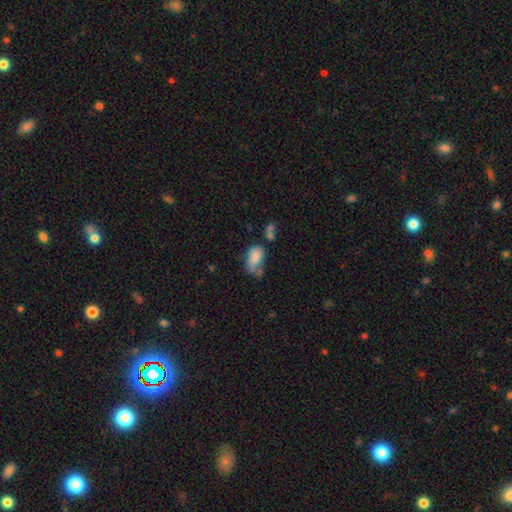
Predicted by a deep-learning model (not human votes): Smooth or featured? Predicted: smooth (p=0.74). How rounded? Predicted: in between (p=0.91). Merging? Predicted: none (p=0.30).